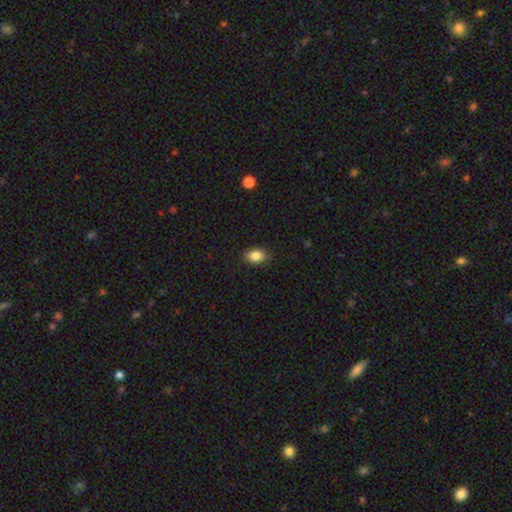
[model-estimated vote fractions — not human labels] The model was most divided on "how rounded": in between: 81%, round: 17%, cigar-shaped: 1%. More confident: merging — none (86%); smooth or featured — smooth (85%).